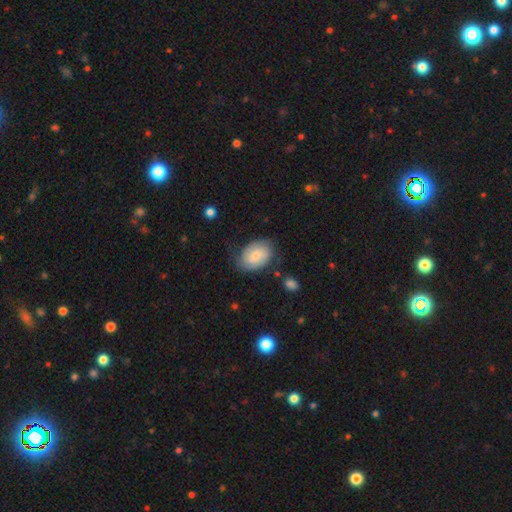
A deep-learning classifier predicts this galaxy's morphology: A smooth galaxy with no disk features (65%) that is in between round and cigar-shaped (83%). Merging: none (69%).